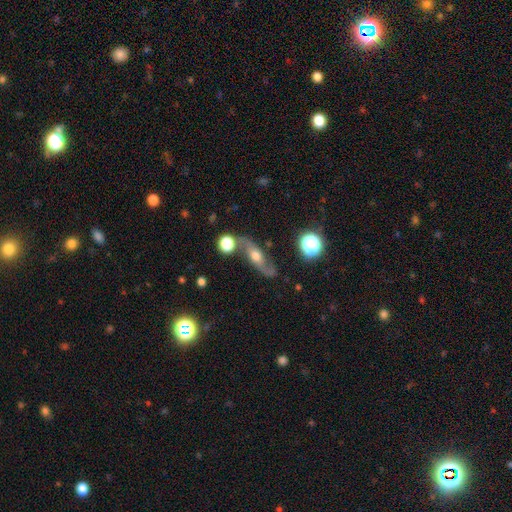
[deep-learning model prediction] Morphology: type=featured or disk (68%); edge-on=no (78%); bar=no (64%); spiral arms=yes (85%); bulge=moderate (65%); merging=none (66%).